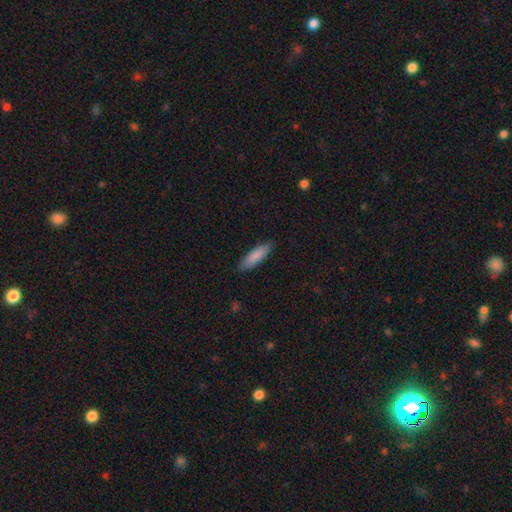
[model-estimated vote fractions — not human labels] Q: Smooth or featured?
A: smooth (86%); runner-up: featured or disk (9%)
Q: How rounded?
A: cigar-shaped (60%); runner-up: in between (39%)
Q: Merging?
A: none (88%); runner-up: minor disturbance (10%)